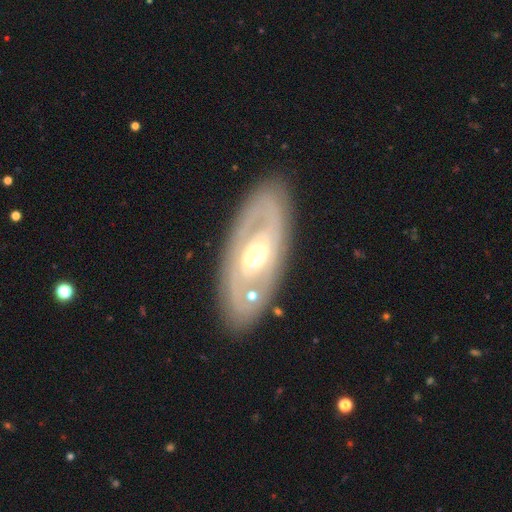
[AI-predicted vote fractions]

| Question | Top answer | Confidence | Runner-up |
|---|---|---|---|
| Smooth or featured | featured or disk | 76% | smooth (19%) |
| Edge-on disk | no | 88% | yes (12%) |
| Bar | no | 54% | weak (30%) |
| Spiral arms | yes | 55% | no (45%) |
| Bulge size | moderate | 71% | small (16%) |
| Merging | none | 82% | minor disturbance (12%) |